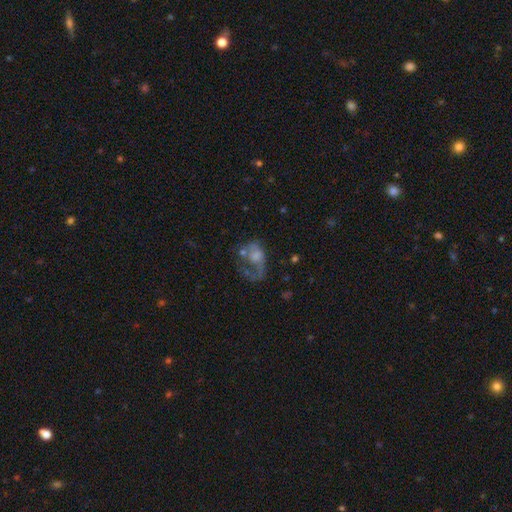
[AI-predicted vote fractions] Morphology: type=featured or disk (52%); edge-on=no (97%); bar=no (83%); spiral arms=no (59%); bulge=none (32%); merging=major disturbance (53%).